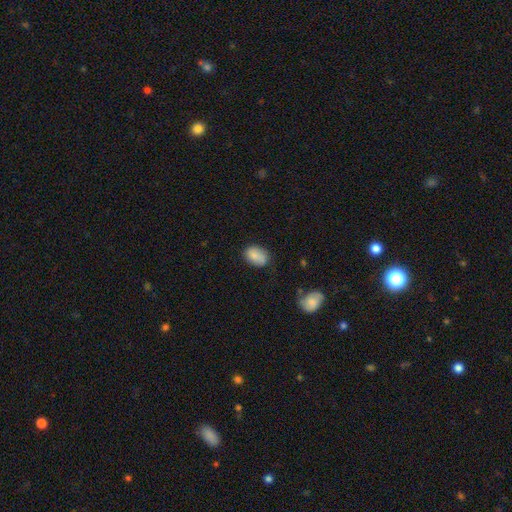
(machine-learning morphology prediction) Smooth or featured? Predicted: smooth (p=0.82). How rounded? Predicted: in between (p=0.81). Merging? Predicted: none (p=0.69).